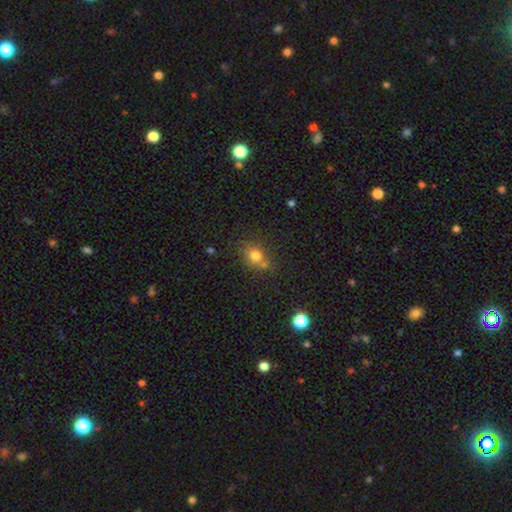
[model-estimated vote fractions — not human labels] This appears to be a smooth galaxy with no disk features (75%) that is round (65%). Merging: none (59%).